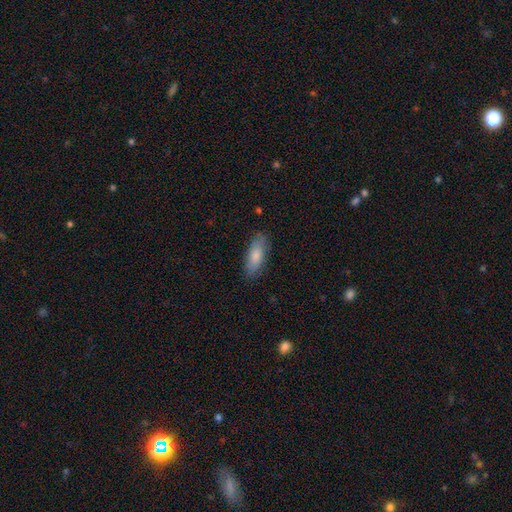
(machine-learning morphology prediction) Smooth or featured: smooth — 80% (featured or disk — 14%)
How rounded: in between — 68% (cigar-shaped — 30%)
Merging: none — 82% (minor disturbance — 14%)